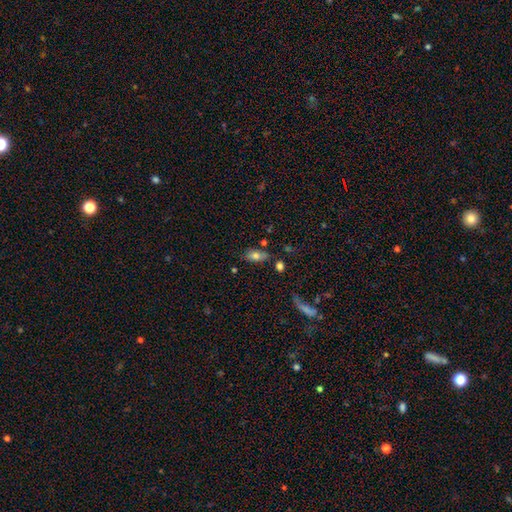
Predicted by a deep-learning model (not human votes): Smooth or featured? smooth (76%)
How rounded? in between (88%)
Merging? none (71%)